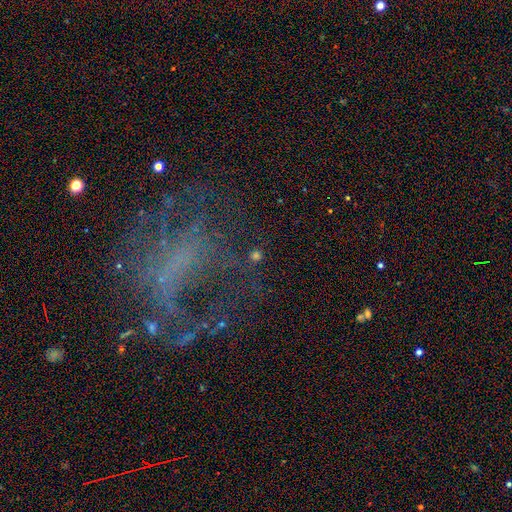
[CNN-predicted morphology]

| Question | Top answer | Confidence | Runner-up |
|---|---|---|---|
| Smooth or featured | star or artifact | 42% | tied: smooth (42%) |